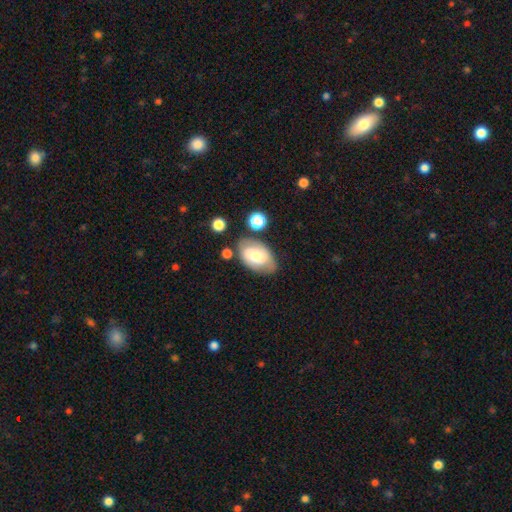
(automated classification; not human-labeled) A smooth galaxy with no disk features (59%) that is in between round and cigar-shaped (92%). Merging: none (66%).